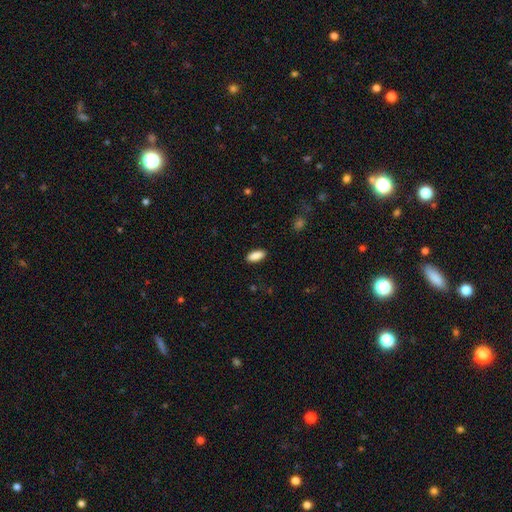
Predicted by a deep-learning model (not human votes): The model was most divided on "how rounded": in between: 82%, cigar-shaped: 16%, round: 2%. More confident: smooth or featured — smooth (89%); merging — none (88%).